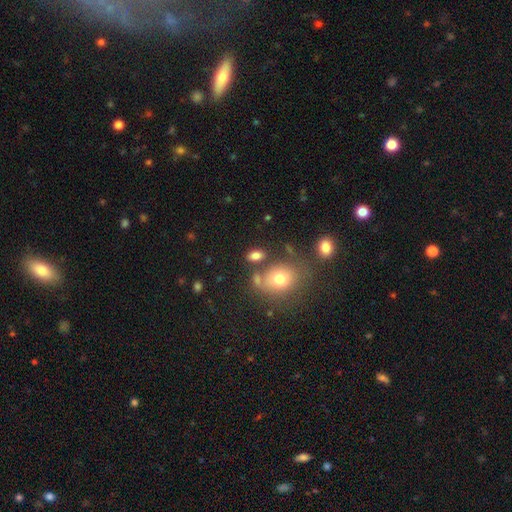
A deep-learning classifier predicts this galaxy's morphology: Smooth or featured? Predicted: smooth (p=0.79). How rounded? Predicted: in between (p=0.84). Merging? Predicted: none (p=0.71).